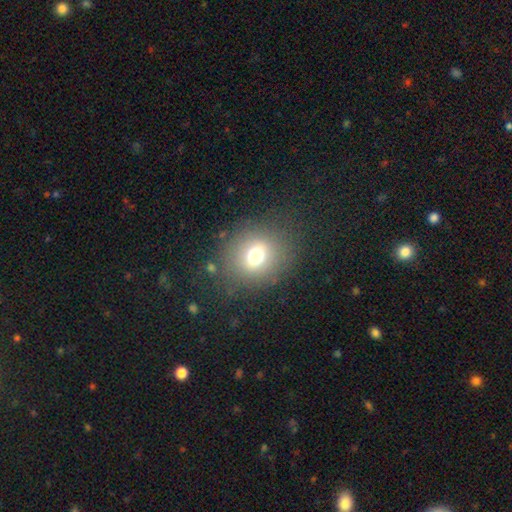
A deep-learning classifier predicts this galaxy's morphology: Smooth or featured: smooth — 69% (star or artifact — 17%)
How rounded: round — 78% (in between — 21%)
Merging: none — 81% (minor disturbance — 11%)